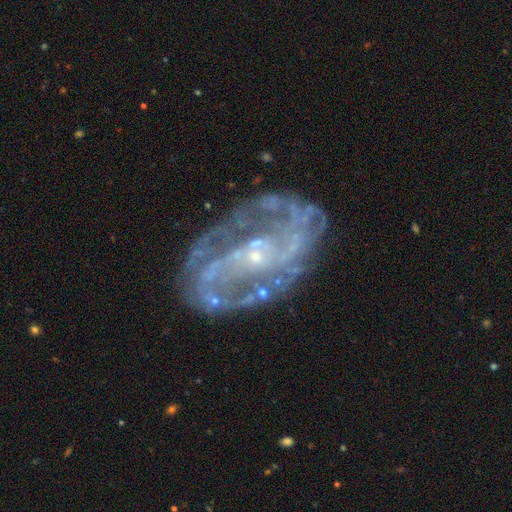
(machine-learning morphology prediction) This appears to be a featured or disk galaxy (87%) with no bar (48%), 2 (51%) medium (43%) spiral arms (90%) and a small central bulge (82%). Merging: none (71%).